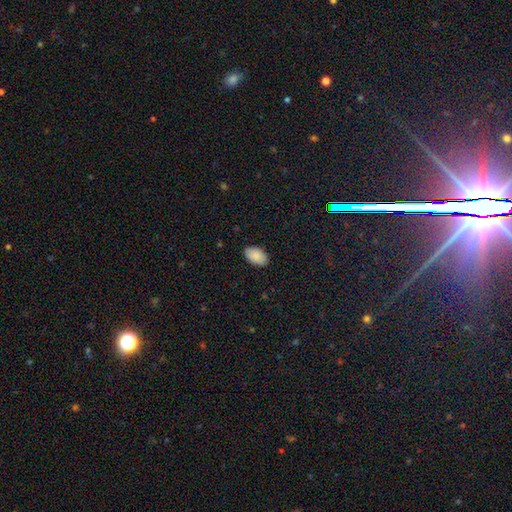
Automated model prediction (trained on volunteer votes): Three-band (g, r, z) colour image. It shows a smooth galaxy with no disk features (89%) that is in between round and cigar-shaped (93%). Merging: none (88%).